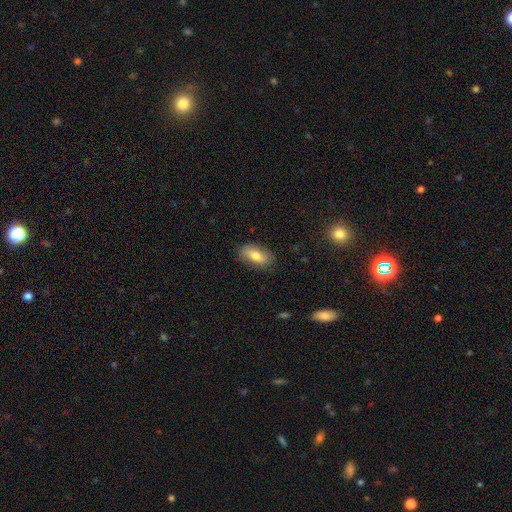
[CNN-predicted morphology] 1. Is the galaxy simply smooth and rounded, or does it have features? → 72% smooth, 21% featured or disk, 7% star or artifact.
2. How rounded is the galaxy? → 87% in between, 8% cigar-shaped, 4% round.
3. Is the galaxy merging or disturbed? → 82% none, 13% minor disturbance, 3% major disturbance, 1% merger.